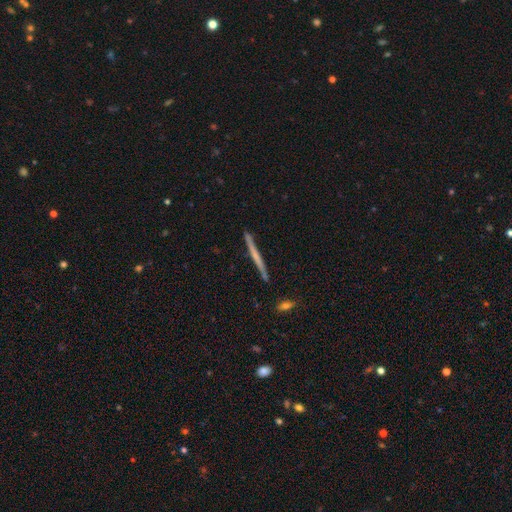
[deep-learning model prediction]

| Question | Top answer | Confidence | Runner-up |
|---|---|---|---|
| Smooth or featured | featured or disk | 60% | smooth (34%) |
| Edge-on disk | yes | 98% | no (2%) |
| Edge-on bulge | none | 66% | rounded (26%) |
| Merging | none | 90% | minor disturbance (7%) |